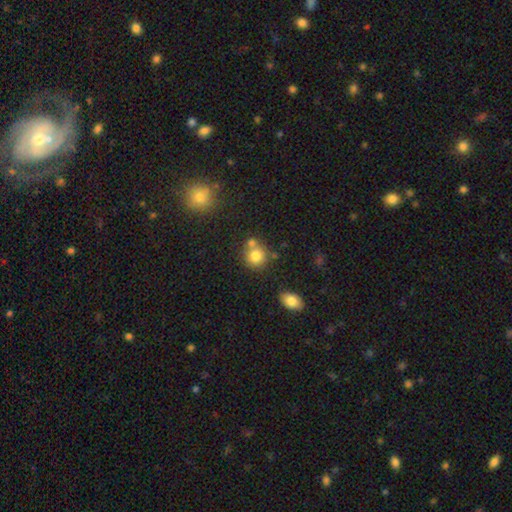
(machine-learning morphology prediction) type=smooth (79%); roundness=round (85%); merging=none (55%).